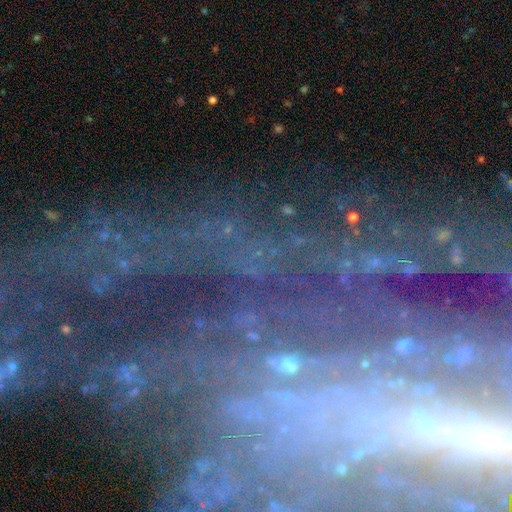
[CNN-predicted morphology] featured or disk 55%, star or artifact 32%, smooth 13%. Down the decision tree: edge-on disk — no (88%); merging — none (68%).